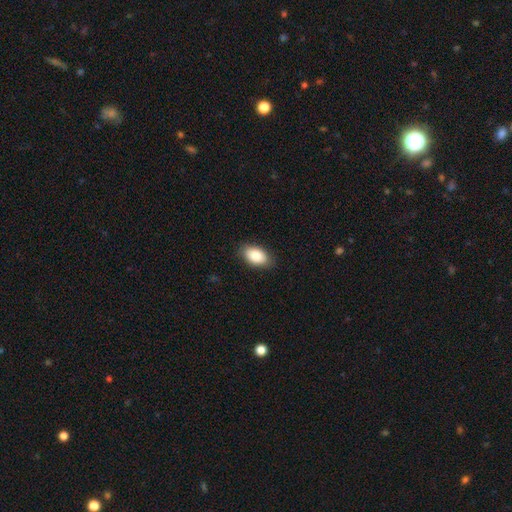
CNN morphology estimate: smooth 85%, featured or disk 8%, star or artifact 7%. Down the decision tree: how rounded — in between (92%); merging — none (87%).